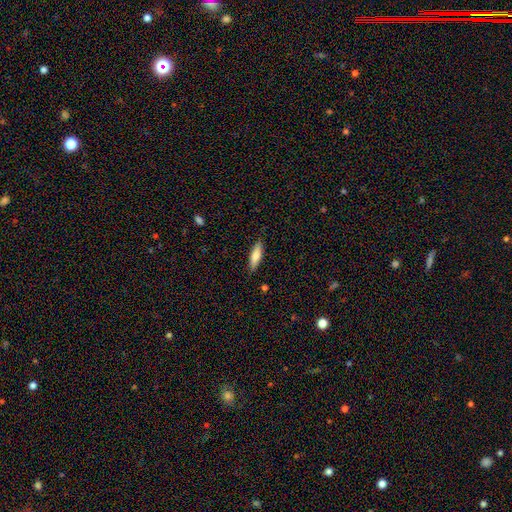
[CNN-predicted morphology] A smooth galaxy with no disk features (73%) that is cigar-shaped (63%).

Vote fractions:
- Smooth or featured? smooth: 73% / featured or disk: 21% / star or artifact: 6%
- How rounded? cigar-shaped: 63% / in between: 36% / round: 2%
- Merging? none: 86% / minor disturbance: 11% / major disturbance: 2% / merger: 1%